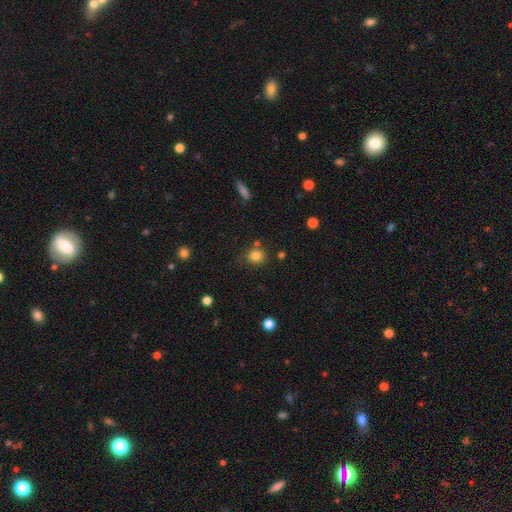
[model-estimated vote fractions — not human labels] smooth_or_featured: smooth (p=0.82) [alt: star or artifact p=0.12]
how_rounded: round (p=0.79) [alt: in between p=0.20]
merging: none (p=0.75) [alt: minor disturbance p=0.13]